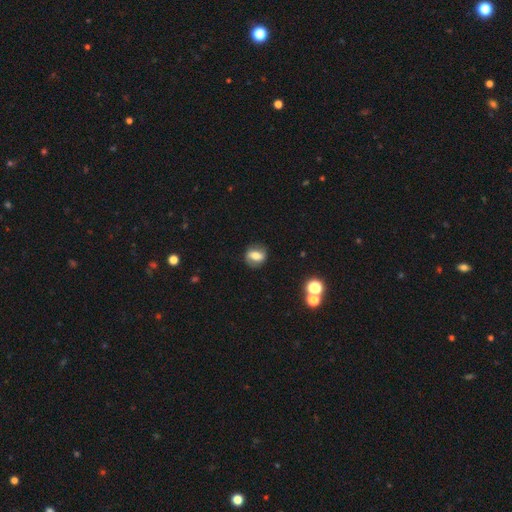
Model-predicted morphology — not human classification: smooth 55%, featured or disk 35%, star or artifact 10%. Down the decision tree: how rounded — in between (52%); merging — none (80%).